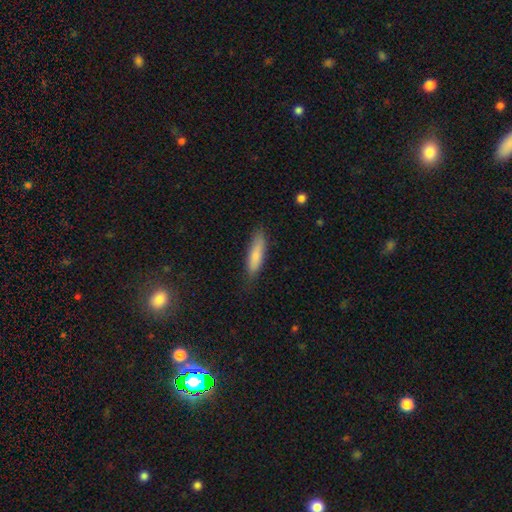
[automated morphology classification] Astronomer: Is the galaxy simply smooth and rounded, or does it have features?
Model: smooth — 80%.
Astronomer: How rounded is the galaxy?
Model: cigar-shaped — 67%.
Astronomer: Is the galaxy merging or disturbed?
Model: none — 78%.